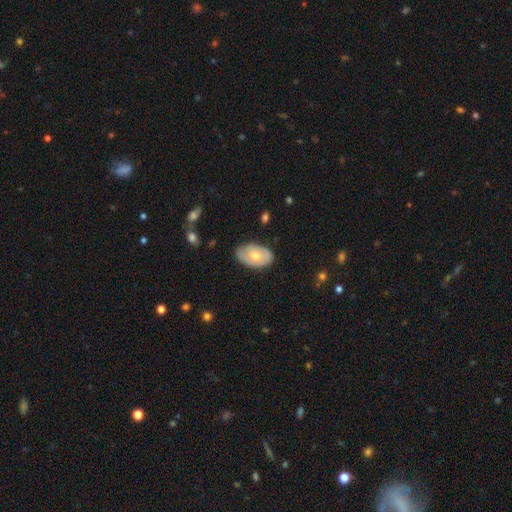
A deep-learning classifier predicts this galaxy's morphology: Smooth or featured: smooth — 55% (featured or disk — 39%)
How rounded: in between — 92% (round — 7%)
Merging: none — 70% (minor disturbance — 24%)